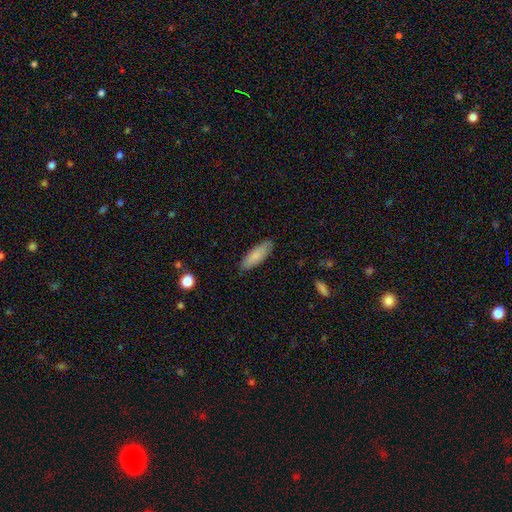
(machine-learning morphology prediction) smooth 83%, featured or disk 11%, star or artifact 6%. Down the decision tree: how rounded — in between (58%); merging — none (84%).